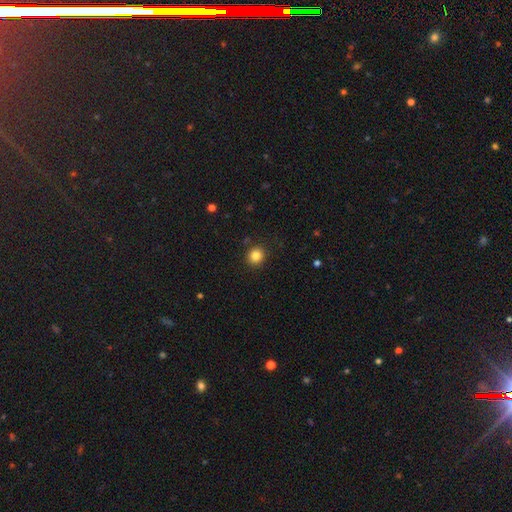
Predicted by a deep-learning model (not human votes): smooth 83%, star or artifact 11%, featured or disk 6%. Down the decision tree: how rounded — round (89%); merging — none (90%).